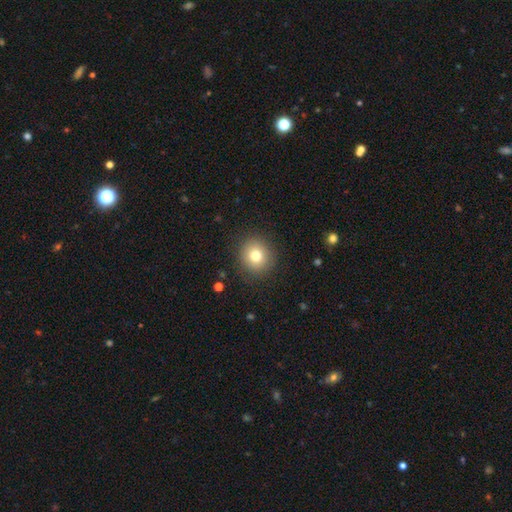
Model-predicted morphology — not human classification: The model was most divided on "smooth or featured": smooth: 77%, star or artifact: 12%, featured or disk: 11%. More confident: merging — none (89%); how rounded — round (89%).